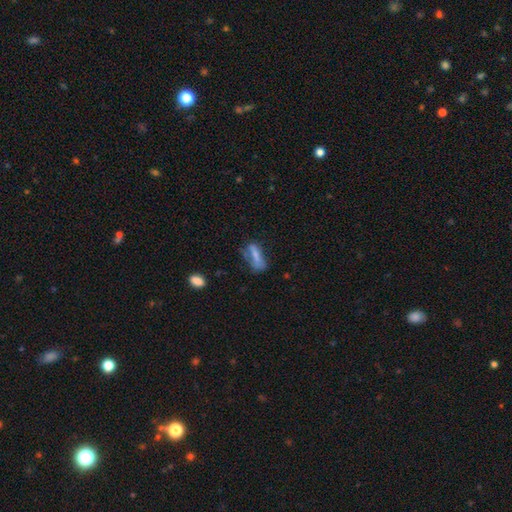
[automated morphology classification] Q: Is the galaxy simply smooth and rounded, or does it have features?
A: smooth — 62%.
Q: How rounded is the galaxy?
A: in between — 58%.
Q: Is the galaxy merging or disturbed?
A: none — 34%.